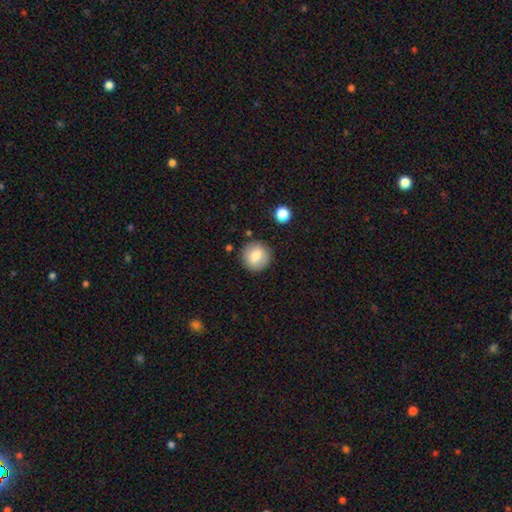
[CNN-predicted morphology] Smooth or featured? Predicted: smooth (p=0.80). How rounded? Predicted: round (p=0.92). Merging? Predicted: none (p=0.86).